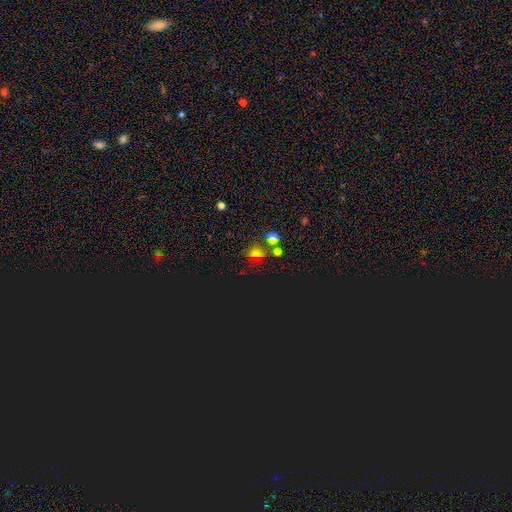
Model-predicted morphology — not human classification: smooth_or_featured: smooth (p=0.46) [alt: star or artifact p=0.45]
merging: none (p=0.70) [alt: merger p=0.12]